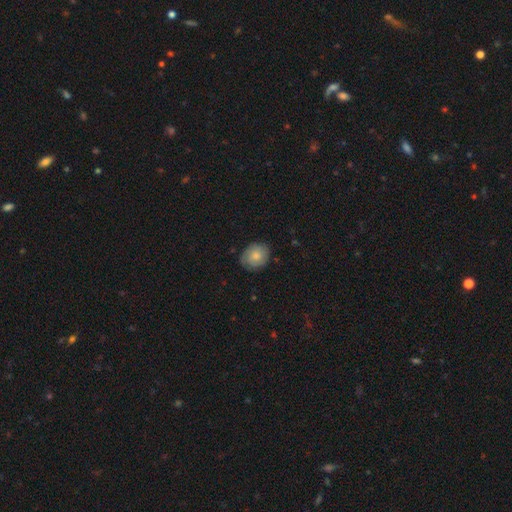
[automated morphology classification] Smooth or featured?
  - smooth: 76% *
  - featured or disk: 17%
  - star or artifact: 7%
How rounded?
  - round: 54% *
  - in between: 45%
  - cigar-shaped: 1%
Merging?
  - none: 78% *
  - minor disturbance: 18%
  - major disturbance: 3%
  - merger: 1%